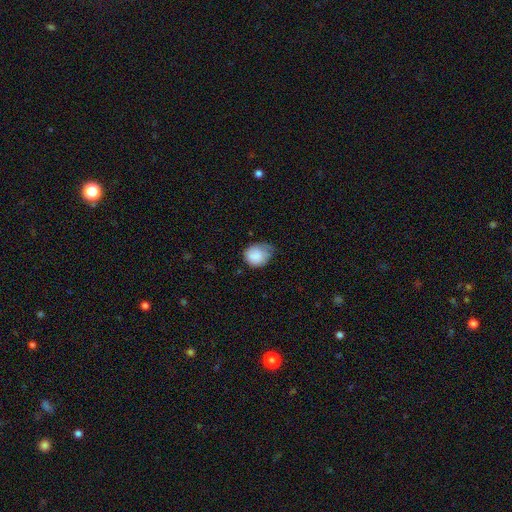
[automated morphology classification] The model was most divided on "merging": minor disturbance: 48%, none: 34%, major disturbance: 17%, merger: 2%. More confident: smooth or featured — smooth (83%); how rounded — round (58%).